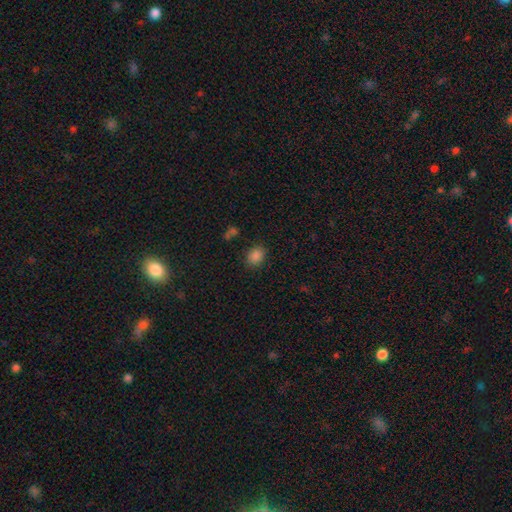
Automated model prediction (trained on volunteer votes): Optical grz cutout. It shows a smooth galaxy with no disk features (85%) that is in between round and cigar-shaped (54%). Merging: none (83%).